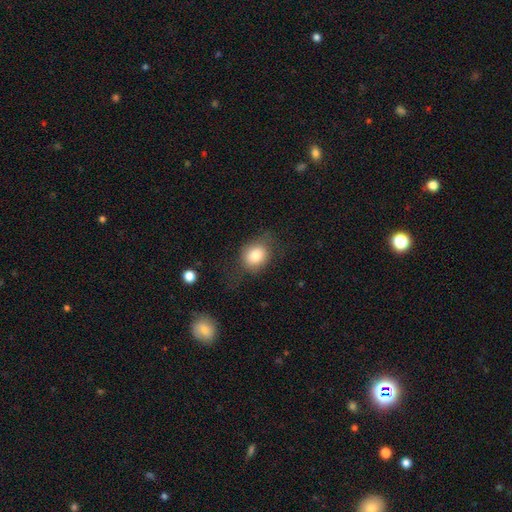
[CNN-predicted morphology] smooth-or-featured: smooth: 79% | featured or disk: 12% | star or artifact: 9%
  how-rounded: round: 60% | in between: 39% | cigar-shaped: 1%
  merging: none: 62% | minor disturbance: 22% | major disturbance: 14% | merger: 2%